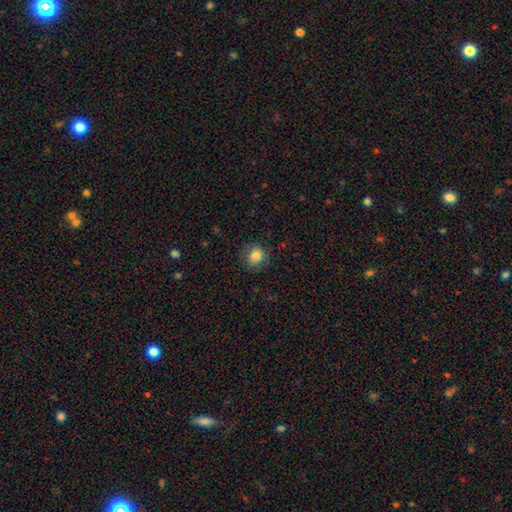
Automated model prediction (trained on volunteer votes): Smooth or featured?
  - smooth: 80% *
  - star or artifact: 11%
  - featured or disk: 9%
How rounded?
  - round: 72% *
  - in between: 27%
  - cigar-shaped: 1%
Merging?
  - none: 85% *
  - minor disturbance: 11%
  - major disturbance: 3%
  - merger: 1%